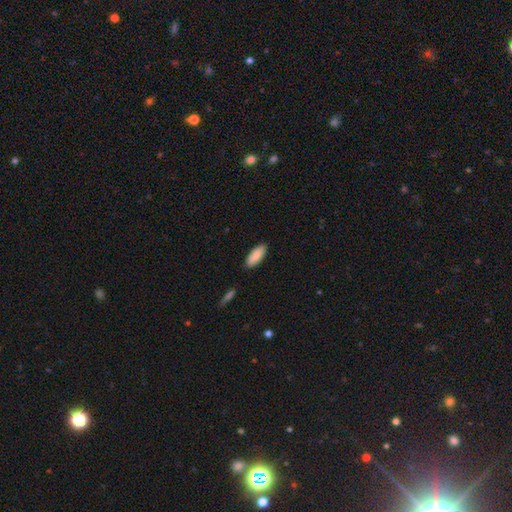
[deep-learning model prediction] This is clearly a smooth galaxy (89%). How rounded: likely in between (74%). Merging: clearly none (87%).